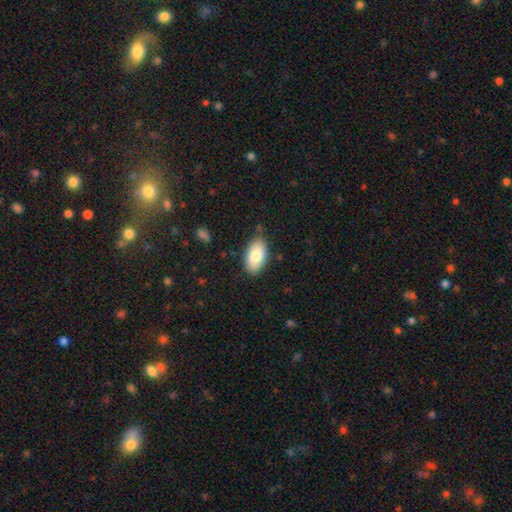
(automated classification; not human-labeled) Q: Smooth or featured?
A: smooth (81%); runner-up: featured or disk (12%)
Q: How rounded?
A: in between (95%); runner-up: round (3%)
Q: Merging?
A: none (83%); runner-up: minor disturbance (13%)